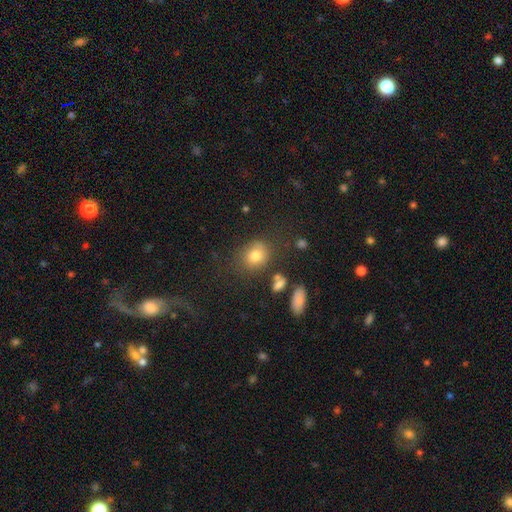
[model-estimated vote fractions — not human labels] Smooth or featured? Predicted: smooth (p=0.78). How rounded? Predicted: round (p=0.63). Merging? Predicted: none (p=0.71).